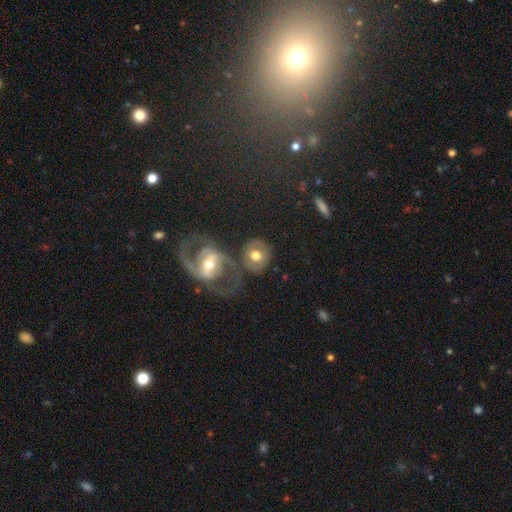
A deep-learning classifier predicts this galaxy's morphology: Overall: smooth (52%; featured or disk 40%). How rounded: round (73%). Merging: none (55%; merger 21%).